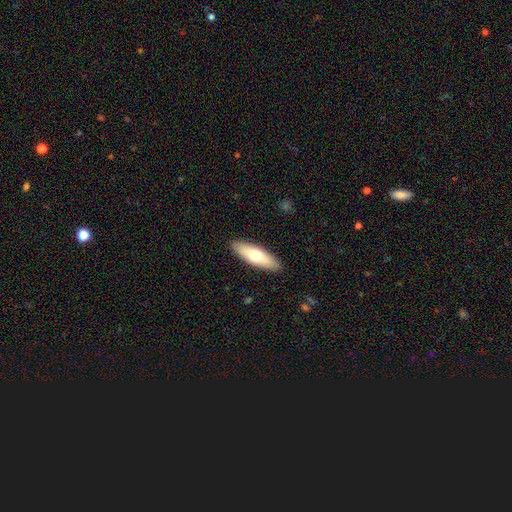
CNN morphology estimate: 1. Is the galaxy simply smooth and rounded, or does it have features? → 65% smooth, 29% featured or disk, 5% star or artifact.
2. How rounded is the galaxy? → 49% cigar-shaped (tied), 49% in between (tied), 2% round.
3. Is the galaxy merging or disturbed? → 90% none, 8% minor disturbance, 2% major disturbance, 1% merger.